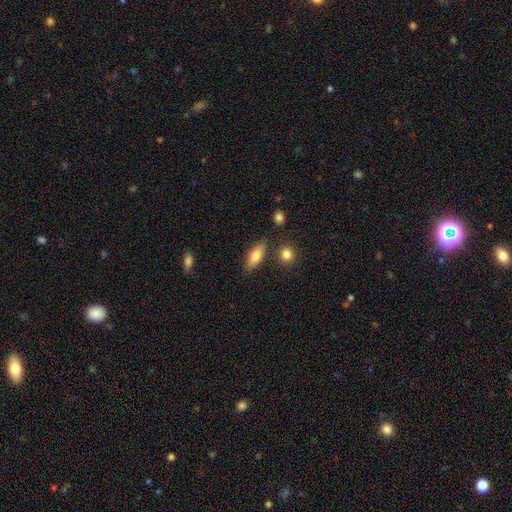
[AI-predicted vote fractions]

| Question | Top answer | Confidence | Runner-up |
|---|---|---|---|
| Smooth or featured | smooth | 75% | featured or disk (18%) |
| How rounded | in between | 70% | cigar-shaped (27%) |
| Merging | none | 77% | minor disturbance (13%) |